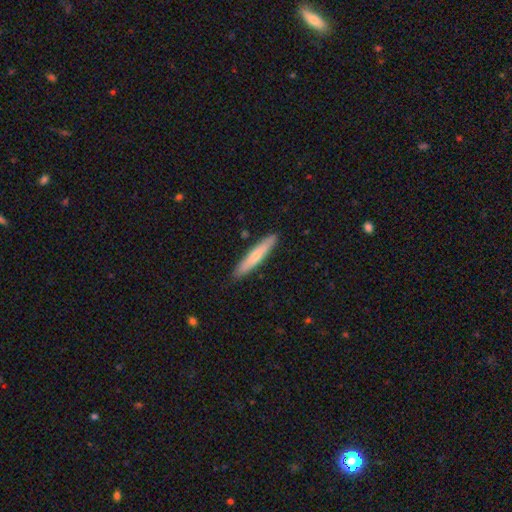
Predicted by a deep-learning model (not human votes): A smooth galaxy with no disk features (65%) that is cigar-shaped (92%).

Vote fractions:
- Smooth or featured? smooth: 65% / featured or disk: 29% / star or artifact: 5%
- How rounded? cigar-shaped: 92% / in between: 7% / round: 1%
- Merging? none: 89% / minor disturbance: 8% / major disturbance: 1% / merger: 1%